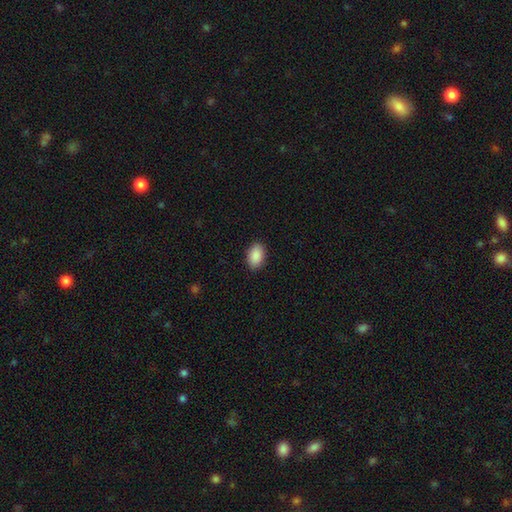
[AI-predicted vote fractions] Smooth or featured? Predicted: smooth (p=0.90). How rounded? Predicted: in between (p=0.91). Merging? Predicted: none (p=0.90).